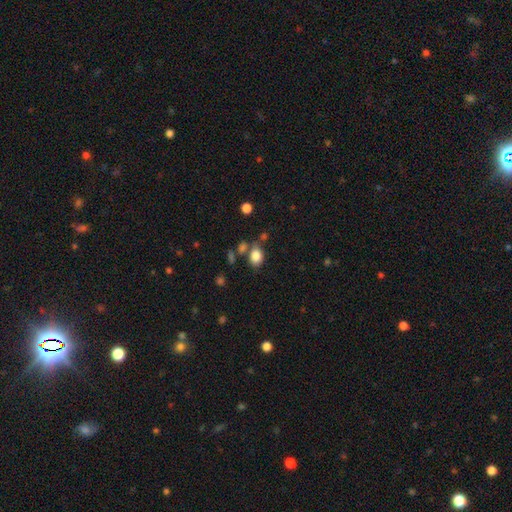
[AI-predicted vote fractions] Overall: smooth (83%). How rounded: in between (69%; round 30%). Merging: none (62%).